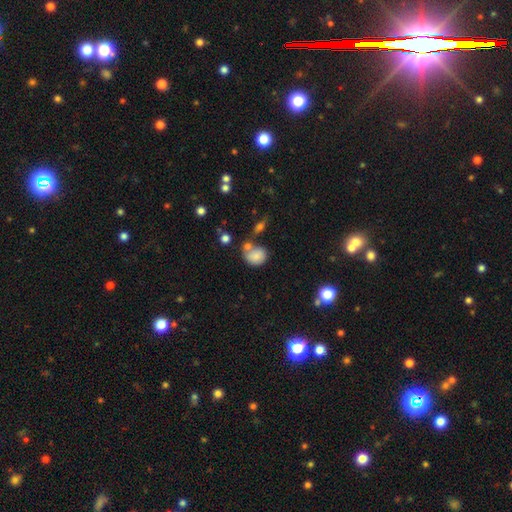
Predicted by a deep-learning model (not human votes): A smooth galaxy with no disk features (77%) that is round (60%).

Vote fractions:
- Smooth or featured? smooth: 77% / featured or disk: 13% / star or artifact: 10%
- How rounded? round: 60% / in between: 39% / cigar-shaped: 1%
- Merging? none: 45% / merger: 29% / minor disturbance: 19% / major disturbance: 7%